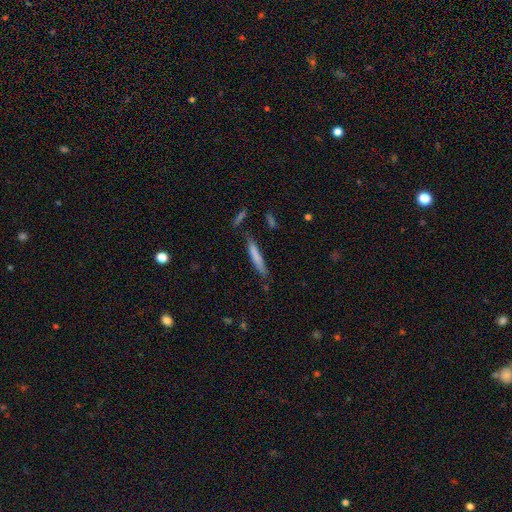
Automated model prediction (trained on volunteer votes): Morphology: type=smooth (75%); roundness=cigar-shaped (93%); merging=none (75%).